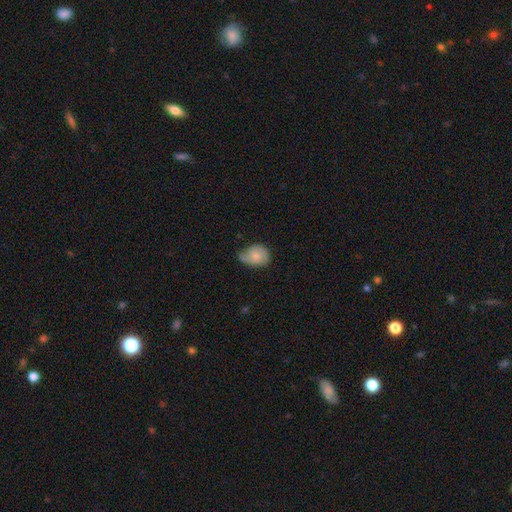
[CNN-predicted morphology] Smooth or featured: smooth — 66% (featured or disk — 27%)
How rounded: in between — 60% (round — 39%)
Merging: minor disturbance — 44% (none — 41%)